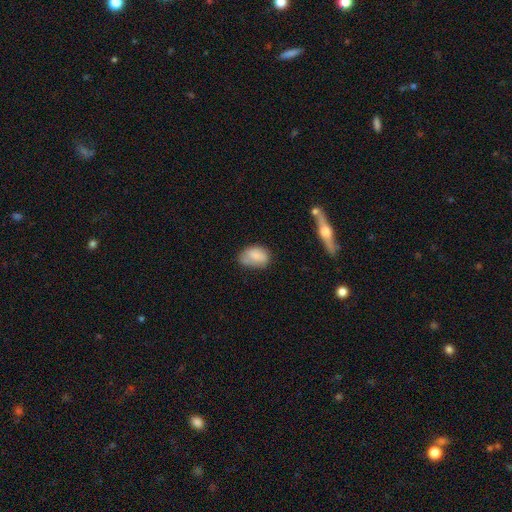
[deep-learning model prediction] Smooth or featured?
  - smooth: 80% *
  - featured or disk: 12%
  - star or artifact: 8%
How rounded?
  - in between: 86% *
  - round: 12%
  - cigar-shaped: 2%
Merging?
  - none: 53% *
  - minor disturbance: 33%
  - major disturbance: 10%
  - merger: 4%